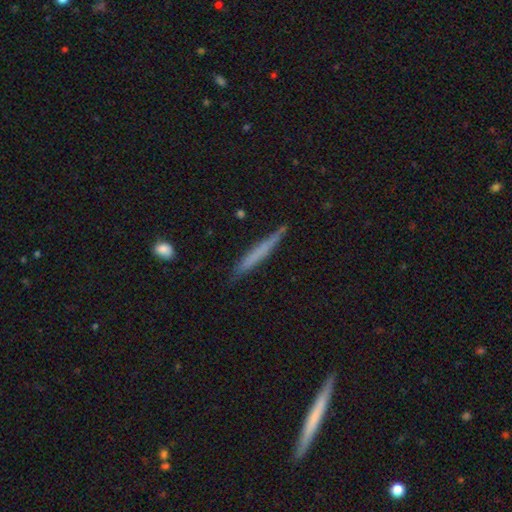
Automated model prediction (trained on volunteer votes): A smooth galaxy with no disk features (57%) that is cigar-shaped (96%).

Vote fractions:
- Smooth or featured? smooth: 57% / featured or disk: 37% / star or artifact: 6%
- How rounded? cigar-shaped: 96% / in between: 2% / round: 1%
- Merging? none: 86% / minor disturbance: 11% / major disturbance: 2% / merger: 2%